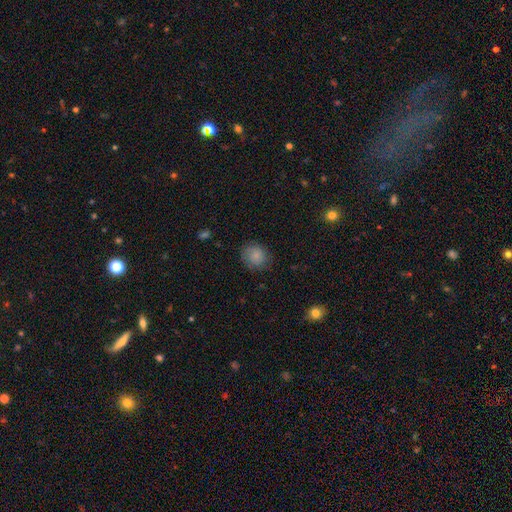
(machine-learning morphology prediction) Smooth or featured?
  - smooth: 84% *
  - star or artifact: 8%
  - featured or disk: 8%
How rounded?
  - round: 79% *
  - in between: 20%
  - cigar-shaped: 1%
Merging?
  - none: 78% *
  - minor disturbance: 17%
  - major disturbance: 5%
  - merger: 1%